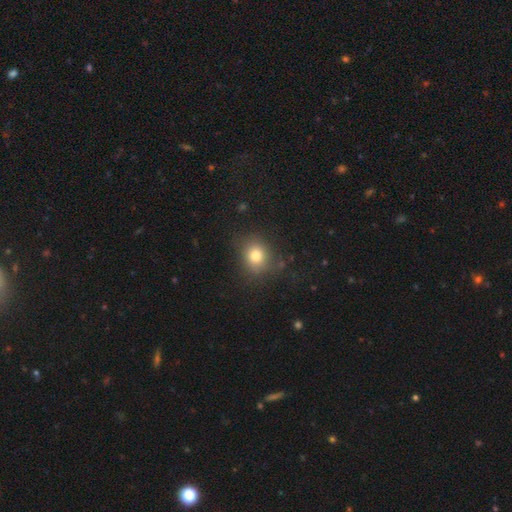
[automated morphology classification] A smooth galaxy with no disk features (78%) that is round (71%).

Vote fractions:
- Smooth or featured? smooth: 78% / star or artifact: 13% / featured or disk: 9%
- How rounded? round: 71% / in between: 28% / cigar-shaped: 1%
- Merging? none: 80% / minor disturbance: 13% / major disturbance: 5% / merger: 2%